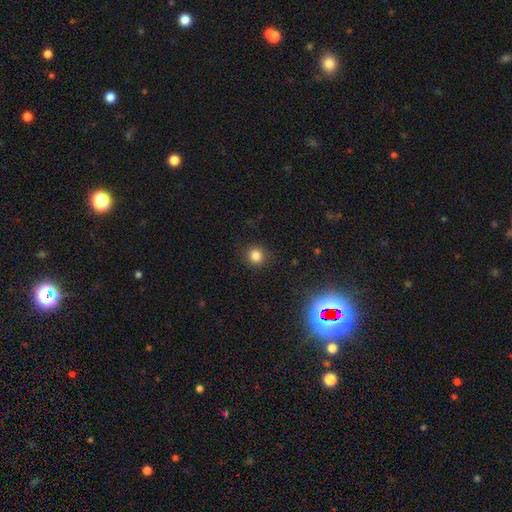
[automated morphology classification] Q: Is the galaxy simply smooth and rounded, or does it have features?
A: smooth — 82%.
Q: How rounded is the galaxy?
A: round — 86%.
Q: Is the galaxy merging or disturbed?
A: none — 88%.